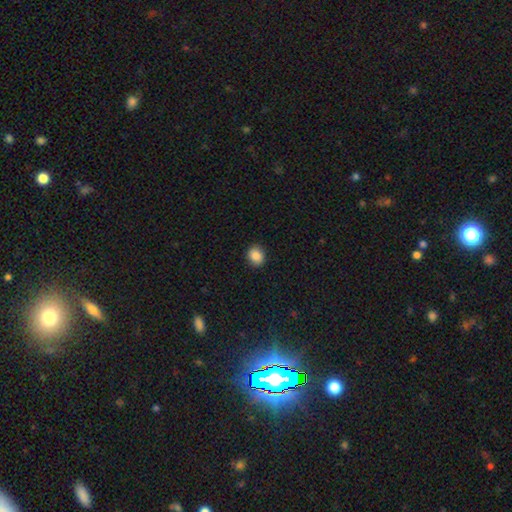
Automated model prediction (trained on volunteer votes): This is clearly a smooth galaxy (87%). How rounded: likely round (68%). Merging: clearly none (91%).